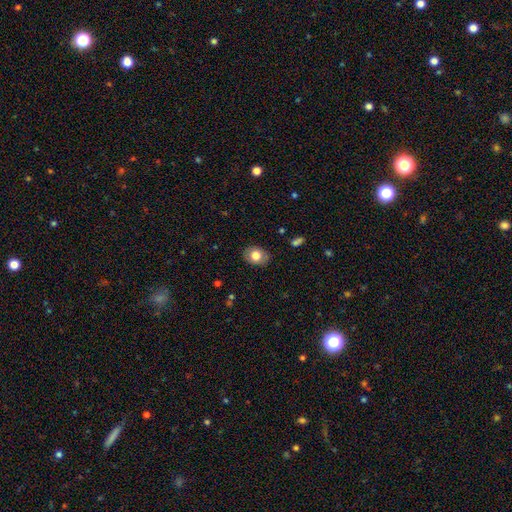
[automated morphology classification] smooth-or-featured: smooth: 76% | featured or disk: 16% | star or artifact: 8%
  how-rounded: in between: 60% | round: 39% | cigar-shaped: 1%
  merging: none: 85% | minor disturbance: 12% | major disturbance: 3% | merger: 1%